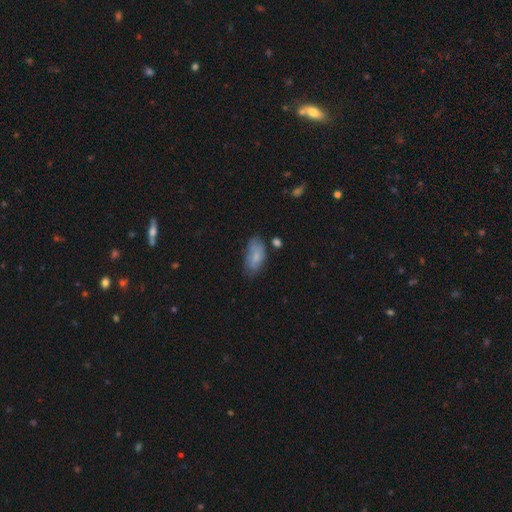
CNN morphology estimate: smooth-or-featured: smooth: 74% | featured or disk: 19% | star or artifact: 7%
  how-rounded: in between: 91% | cigar-shaped: 6% | round: 3%
  merging: none: 60% | minor disturbance: 28% | major disturbance: 8% | merger: 4%